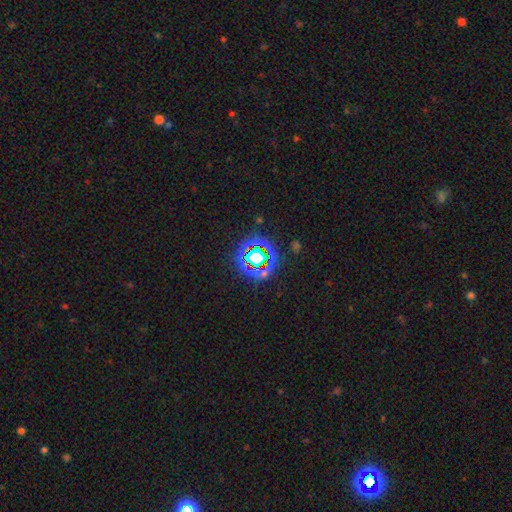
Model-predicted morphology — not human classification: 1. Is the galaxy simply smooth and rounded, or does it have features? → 66% star or artifact, 22% smooth, 13% featured or disk.